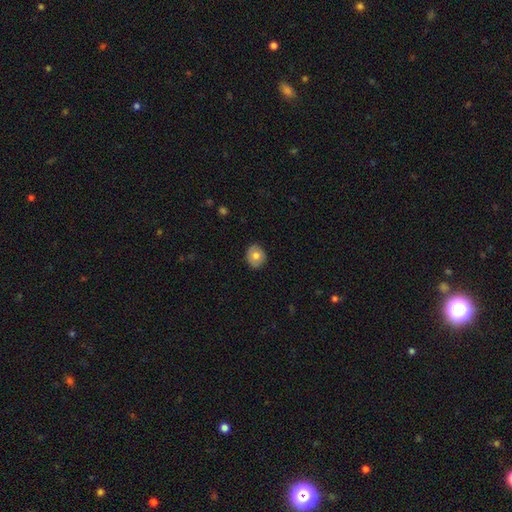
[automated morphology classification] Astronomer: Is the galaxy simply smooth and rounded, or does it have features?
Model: smooth — 75%.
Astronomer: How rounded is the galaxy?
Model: round — 68%.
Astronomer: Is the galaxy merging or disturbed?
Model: none — 86%.